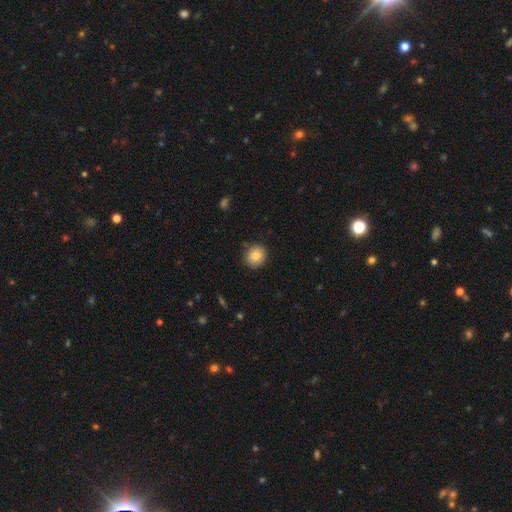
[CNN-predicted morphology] Smooth or featured: smooth — 83% (star or artifact — 9%)
How rounded: round — 84% (in between — 15%)
Merging: none — 88% (minor disturbance — 9%)